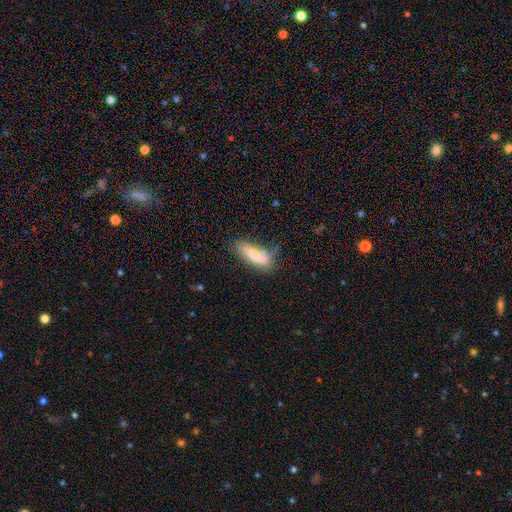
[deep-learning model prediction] smooth-or-featured: smooth: 73% | featured or disk: 19% | star or artifact: 7%
  how-rounded: in between: 52% | cigar-shaped: 46% | round: 2%
  merging: none: 54% | minor disturbance: 28% | major disturbance: 10% | merger: 7%